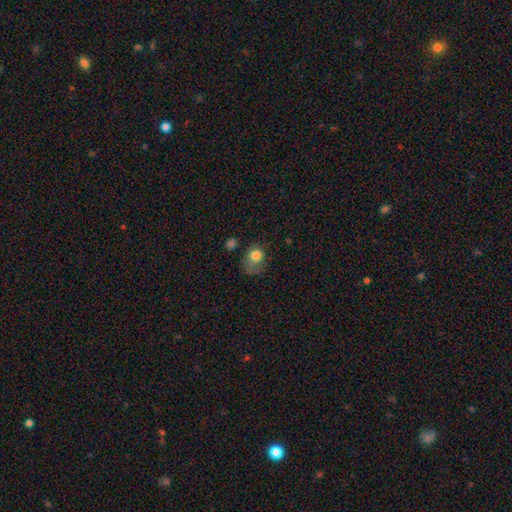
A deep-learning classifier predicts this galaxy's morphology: The model was most divided on "merging": major disturbance: 36%, none: 30%, minor disturbance: 29%, merger: 5%. More confident: smooth or featured — smooth (77%); how rounded — round (55%).